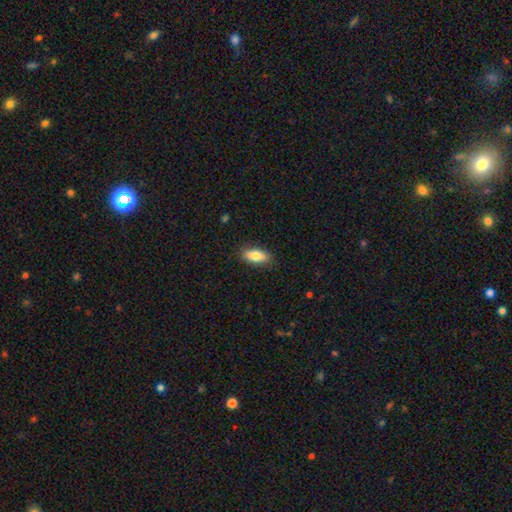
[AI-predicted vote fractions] Smooth or featured: smooth — 81% (featured or disk — 13%)
How rounded: in between — 86% (cigar-shaped — 11%)
Merging: none — 86% (minor disturbance — 11%)